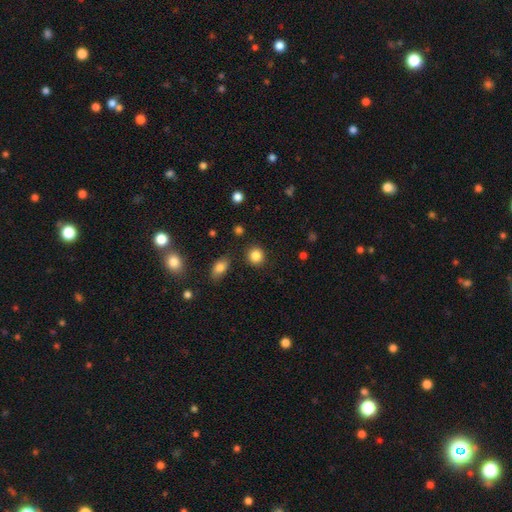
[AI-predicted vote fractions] Smooth or featured? smooth (85%)
How rounded? round (86%)
Merging? none (88%)